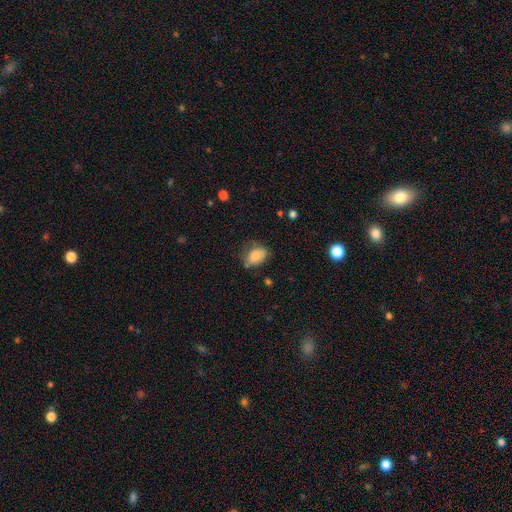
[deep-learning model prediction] A smooth galaxy with no disk features (77%) that is in between round and cigar-shaped (72%).

Vote fractions:
- Smooth or featured? smooth: 77% / featured or disk: 14% / star or artifact: 9%
- How rounded? in between: 72% / round: 26% / cigar-shaped: 1%
- Merging? none: 47% / minor disturbance: 34% / major disturbance: 14% / merger: 4%